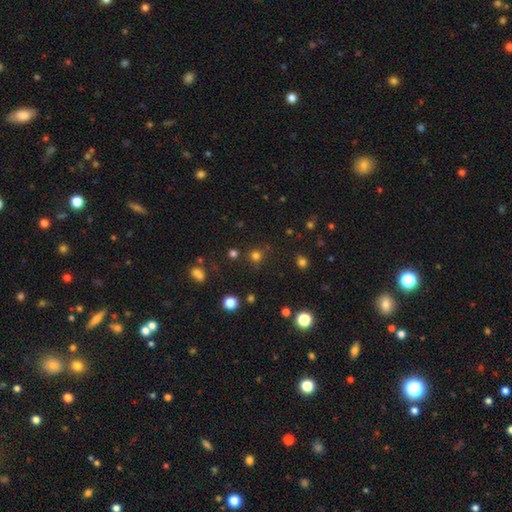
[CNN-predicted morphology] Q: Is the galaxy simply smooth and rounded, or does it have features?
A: smooth — 72%.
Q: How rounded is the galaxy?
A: round — 93%.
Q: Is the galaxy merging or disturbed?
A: none — 83%.